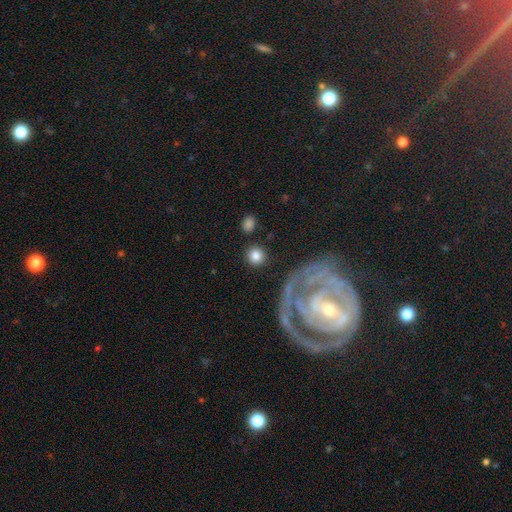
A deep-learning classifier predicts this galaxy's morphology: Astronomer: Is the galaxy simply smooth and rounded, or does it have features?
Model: smooth — 82%.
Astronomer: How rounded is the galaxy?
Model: round — 92%.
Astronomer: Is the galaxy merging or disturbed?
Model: none — 86%.